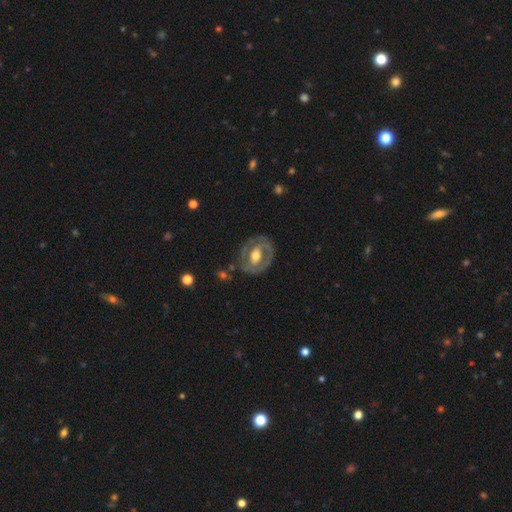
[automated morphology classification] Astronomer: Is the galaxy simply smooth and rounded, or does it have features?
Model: featured or disk — 76%.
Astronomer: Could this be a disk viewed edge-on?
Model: no — 96%.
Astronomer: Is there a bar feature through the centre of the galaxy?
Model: weak — 38% (runner-up: no, 35%).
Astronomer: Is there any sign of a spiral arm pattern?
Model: yes — 62% (runner-up: no, 38%).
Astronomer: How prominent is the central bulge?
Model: moderate — 69%.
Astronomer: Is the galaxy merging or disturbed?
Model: none — 71%.